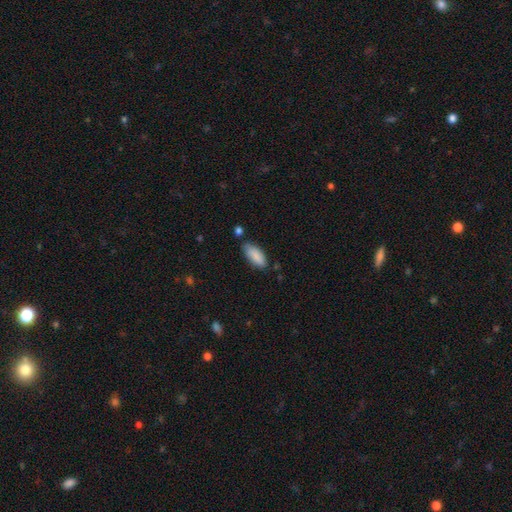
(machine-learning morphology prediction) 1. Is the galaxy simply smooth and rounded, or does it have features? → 87% smooth, 7% featured or disk, 6% star or artifact.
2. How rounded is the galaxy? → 83% in between, 15% cigar-shaped, 2% round.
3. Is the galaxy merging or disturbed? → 69% none, 23% minor disturbance, 4% merger, 4% major disturbance.